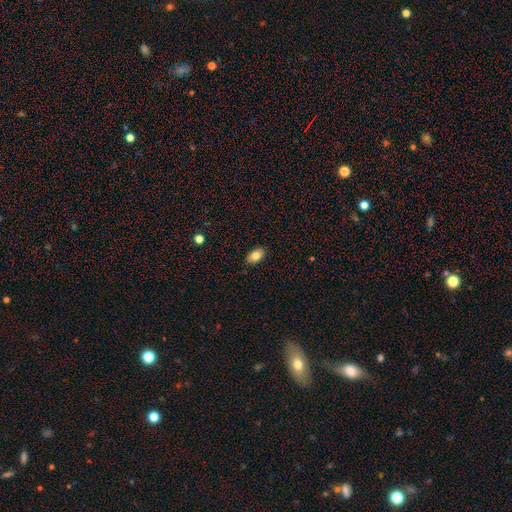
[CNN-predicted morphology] Q: Smooth or featured?
A: smooth (82%); runner-up: featured or disk (10%)
Q: How rounded?
A: in between (90%); runner-up: round (8%)
Q: Merging?
A: none (87%); runner-up: minor disturbance (10%)